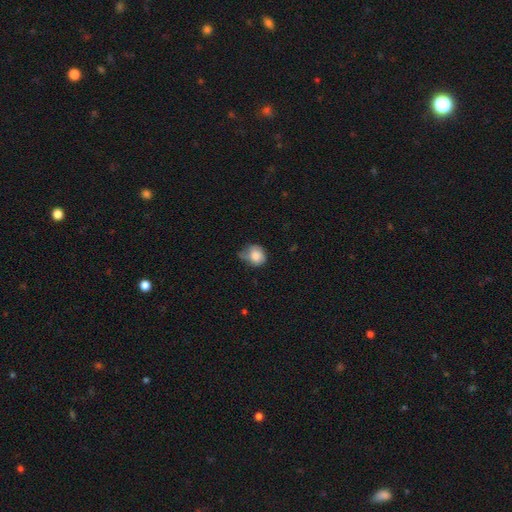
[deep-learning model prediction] Smooth or featured: smooth — 78% (featured or disk — 14%)
How rounded: round — 68% (in between — 31%)
Merging: minor disturbance — 40% (tied with none — 40%)